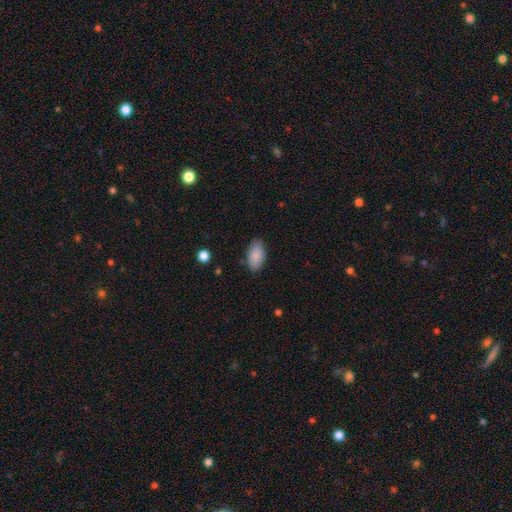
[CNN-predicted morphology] This is clearly a smooth galaxy (87%). How rounded: clearly in between (94%). Merging: clearly none (84%).